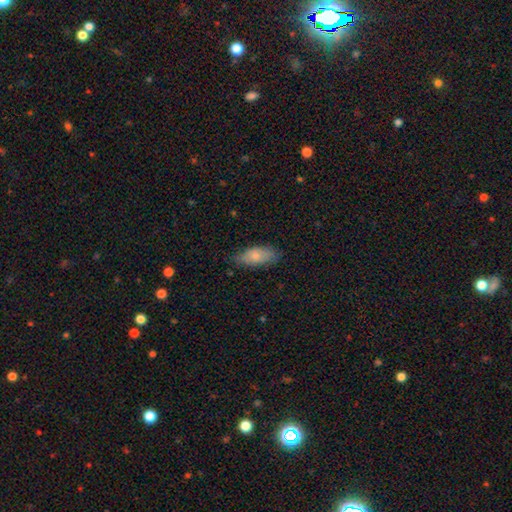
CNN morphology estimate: Smooth or featured?
  - smooth: 75% *
  - featured or disk: 19%
  - star or artifact: 6%
How rounded?
  - in between: 83% *
  - cigar-shaped: 15%
  - round: 3%
Merging?
  - none: 75% *
  - minor disturbance: 20%
  - major disturbance: 4%
  - merger: 1%